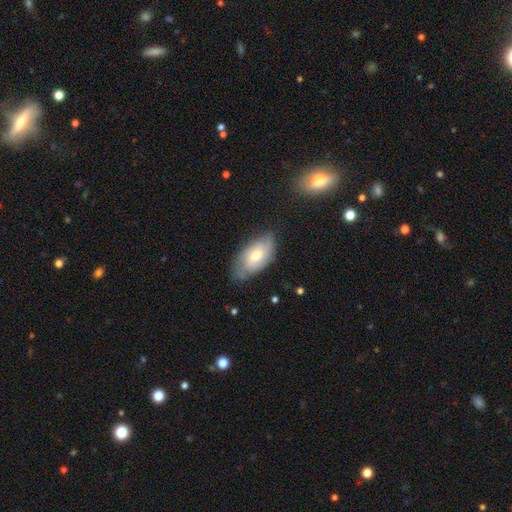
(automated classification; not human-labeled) A featured or disk galaxy (51%).

Vote fractions:
- Smooth or featured? featured or disk: 51% / smooth: 41% / star or artifact: 7%
- Edge-on disk? no: 90% / yes: 10%
- Merging? none: 70% / minor disturbance: 23% / major disturbance: 5% / merger: 2%